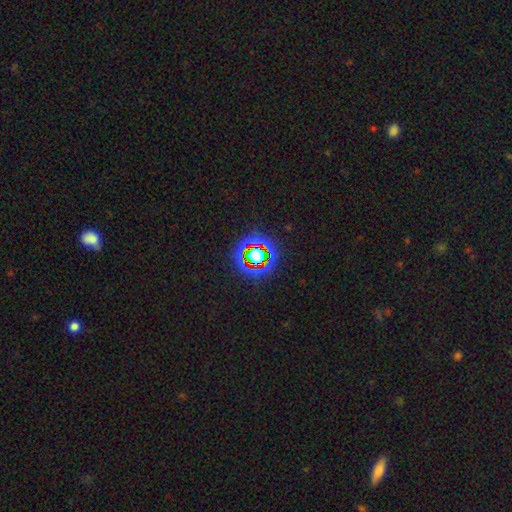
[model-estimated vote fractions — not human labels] Q: Smooth or featured?
A: star or artifact (67%); runner-up: smooth (22%)